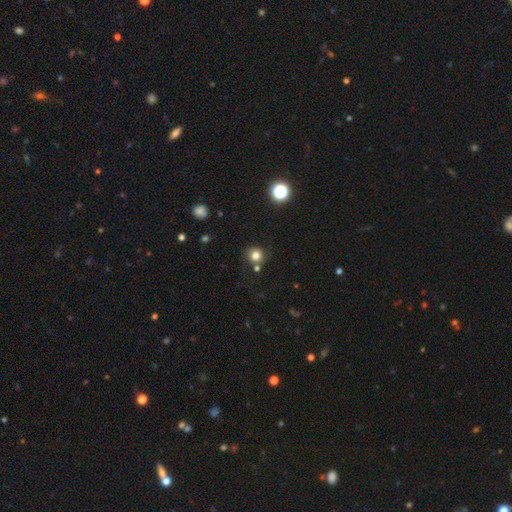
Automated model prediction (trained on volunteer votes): Q: Smooth or featured?
A: smooth (79%); runner-up: star or artifact (15%)
Q: How rounded?
A: round (90%); runner-up: in between (9%)
Q: Merging?
A: none (78%); runner-up: minor disturbance (10%)